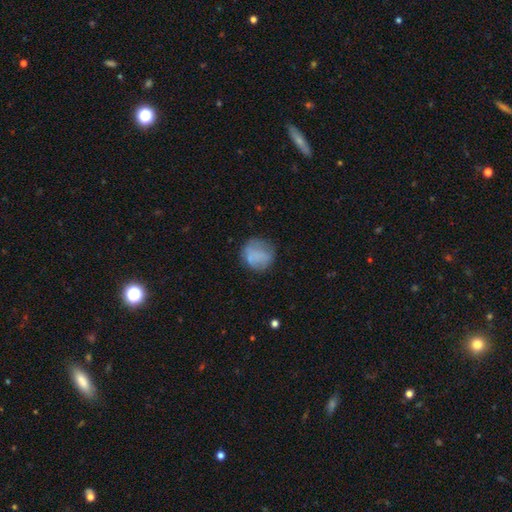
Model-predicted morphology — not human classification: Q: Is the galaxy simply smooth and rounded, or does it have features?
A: smooth — 71%.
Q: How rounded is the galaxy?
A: round — 83%.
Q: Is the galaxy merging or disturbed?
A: none — 59%.